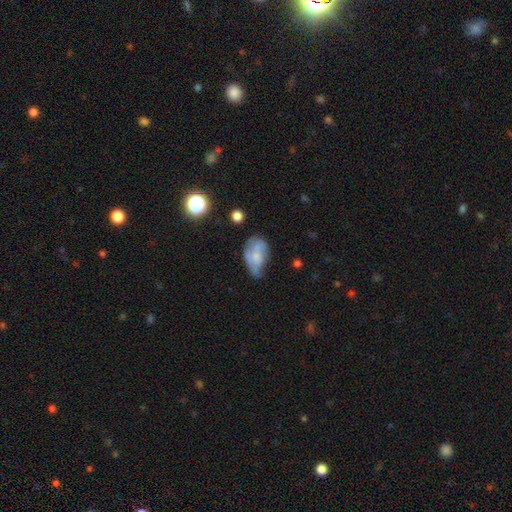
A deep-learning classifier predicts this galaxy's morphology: Smooth or featured: smooth — 50% (featured or disk — 41%)
Merging: none — 37% (tied with minor disturbance — 37%)